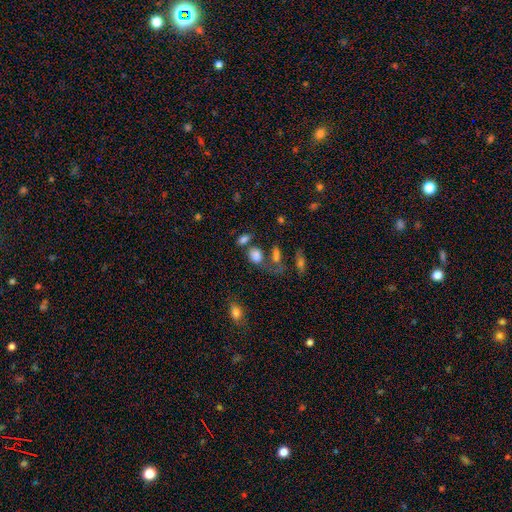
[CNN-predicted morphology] The model was most divided on "how rounded": in between: 59%, round: 38%, cigar-shaped: 2%. Remaining: smooth or featured — smooth (80%); merging — none (48%).